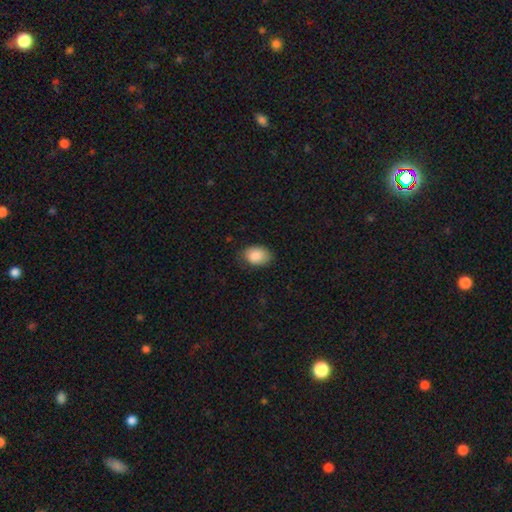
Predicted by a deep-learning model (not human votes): Morphology: type=smooth (87%); roundness=in between (82%); merging=none (75%).